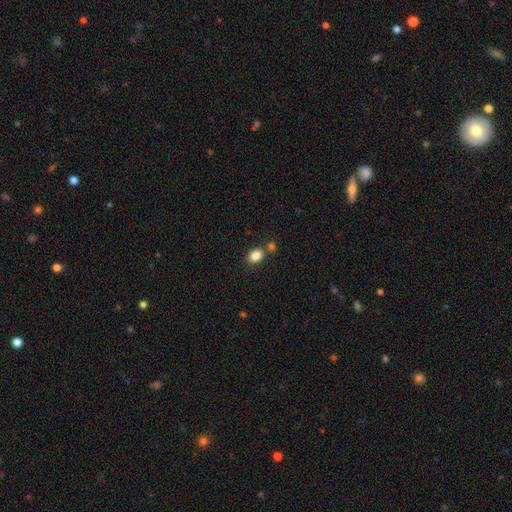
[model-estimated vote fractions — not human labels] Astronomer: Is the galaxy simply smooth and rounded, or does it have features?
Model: smooth — 85%.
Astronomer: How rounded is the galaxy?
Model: in between — 67%.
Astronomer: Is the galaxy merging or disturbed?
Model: none — 68%.